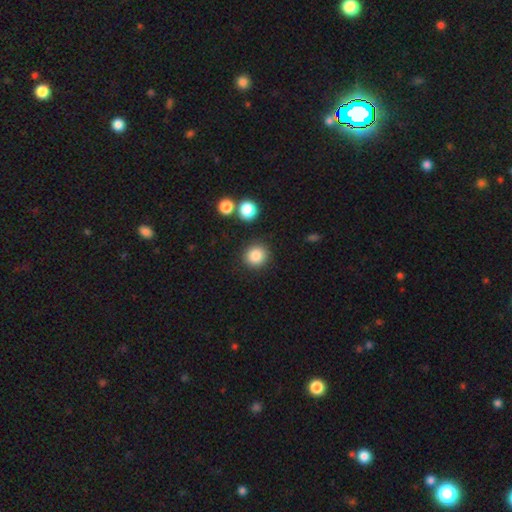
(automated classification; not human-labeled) smooth-or-featured: smooth: 86% | star or artifact: 10% | featured or disk: 4%
  how-rounded: round: 89% | in between: 10% | cigar-shaped: 1%
  merging: none: 86% | minor disturbance: 7% | merger: 4% | major disturbance: 3%